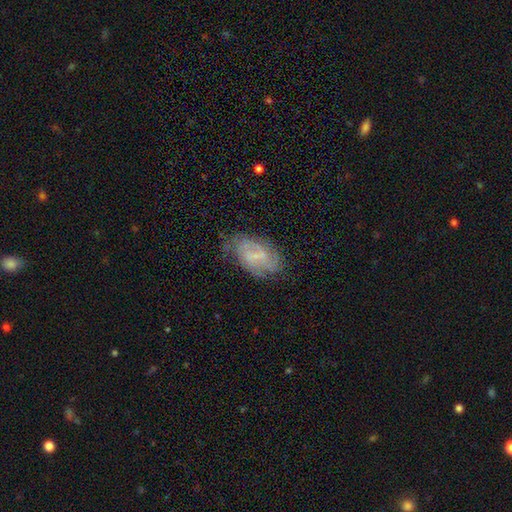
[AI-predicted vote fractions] Q: Smooth or featured?
A: featured or disk (67%); runner-up: smooth (25%)
Q: Edge-on disk?
A: no (96%); runner-up: yes (4%)
Q: Bar?
A: weak (52%); runner-up: no (34%)
Q: Spiral arms?
A: yes (84%); runner-up: no (16%)
Q: Spiral winding?
A: tight (42%); runner-up: medium (41%)
Q: Spiral arm count?
A: 2 (44%); runner-up: can't tell (35%)
Q: Bulge size?
A: small (59%); runner-up: none (24%)
Q: Merging?
A: none (61%); runner-up: minor disturbance (26%)